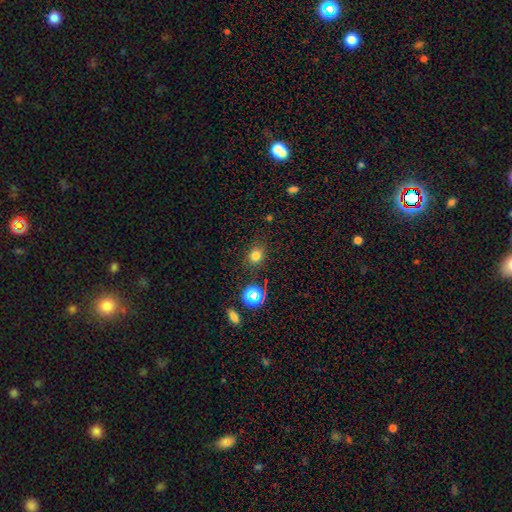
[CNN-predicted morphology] A smooth galaxy with no disk features (73%) that is round (63%).

Vote fractions:
- Smooth or featured? smooth: 73% / star or artifact: 20% / featured or disk: 7%
- How rounded? round: 63% / in between: 36% / cigar-shaped: 1%
- Merging? none: 84% / minor disturbance: 10% / major disturbance: 4% / merger: 2%